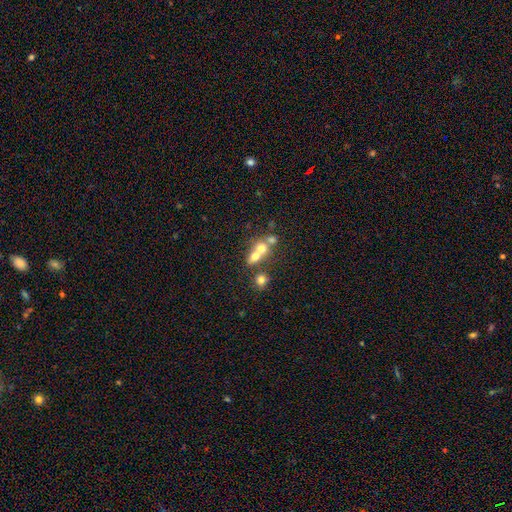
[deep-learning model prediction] Smooth or featured?
  - smooth: 63% *
  - featured or disk: 22%
  - star or artifact: 14%
How rounded?
  - round: 64% *
  - in between: 34%
  - cigar-shaped: 2%
Merging?
  - merger: 60% *
  - none: 29%
  - minor disturbance: 6%
  - major disturbance: 4%